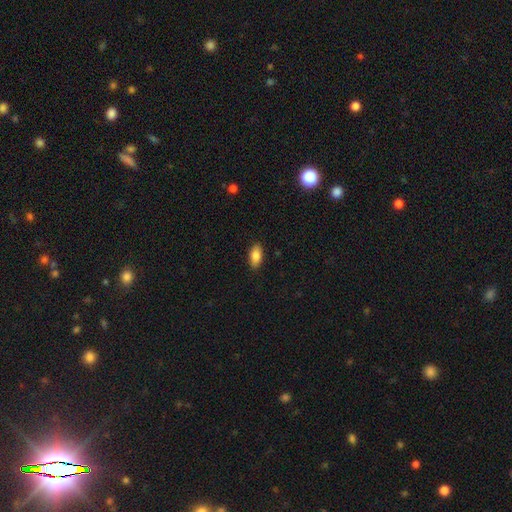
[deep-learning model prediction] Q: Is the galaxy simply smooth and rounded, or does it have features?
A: smooth — 85%.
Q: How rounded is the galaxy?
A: in between — 91%.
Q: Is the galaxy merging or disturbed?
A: none — 88%.